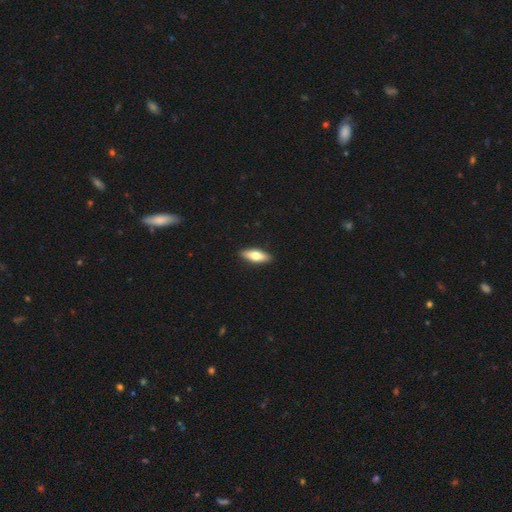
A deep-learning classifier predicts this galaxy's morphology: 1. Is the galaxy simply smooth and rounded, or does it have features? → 66% smooth, 29% featured or disk, 5% star or artifact.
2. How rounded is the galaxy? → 57% in between, 40% cigar-shaped, 2% round.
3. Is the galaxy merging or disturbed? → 91% none, 6% minor disturbance, 1% major disturbance, 1% merger.